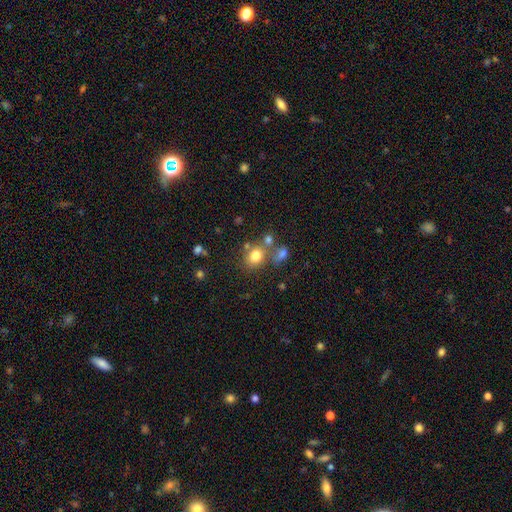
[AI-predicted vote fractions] Smooth or featured? smooth (77%)
How rounded? round (60%)
Merging? none (60%)